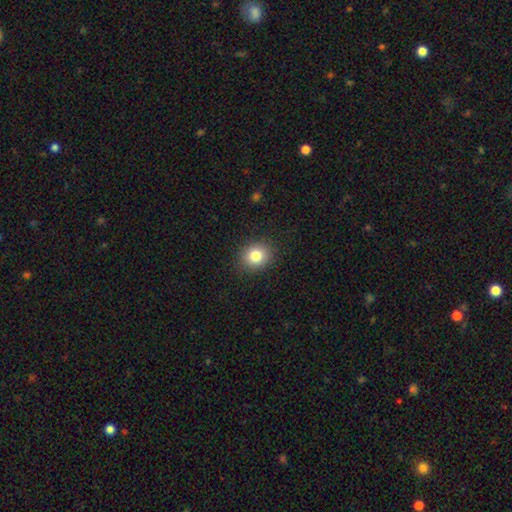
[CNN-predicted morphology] Smooth or featured?
  - smooth: 82% *
  - star or artifact: 11%
  - featured or disk: 7%
How rounded?
  - round: 73% *
  - in between: 26%
  - cigar-shaped: 1%
Merging?
  - none: 89% *
  - minor disturbance: 7%
  - major disturbance: 2%
  - merger: 1%